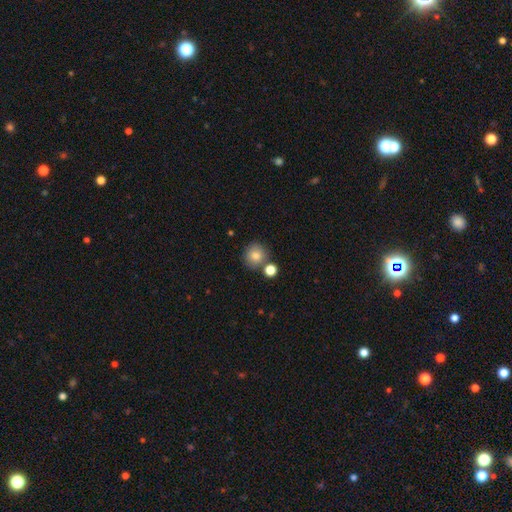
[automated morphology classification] Smooth or featured? Predicted: smooth (p=0.81). How rounded? Predicted: round (p=0.91). Merging? Predicted: none (p=0.74).